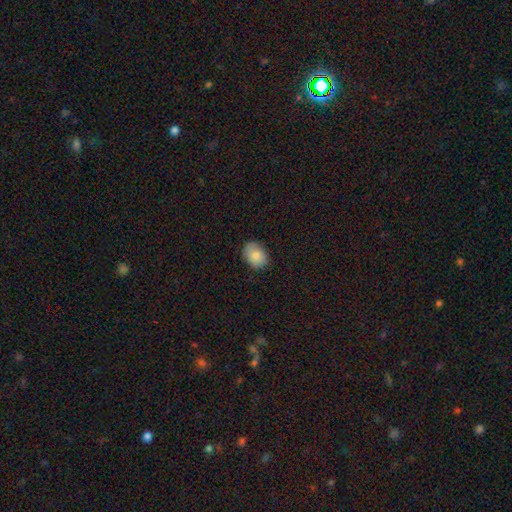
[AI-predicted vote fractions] smooth_or_featured: smooth (p=0.83) [alt: featured or disk p=0.09]
how_rounded: in between (p=0.67) [alt: round p=0.32]
merging: none (p=0.80) [alt: minor disturbance p=0.16]